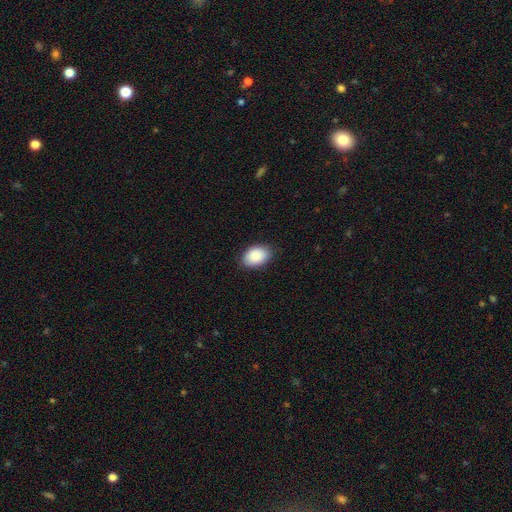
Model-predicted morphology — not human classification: A smooth galaxy with no disk features (90%) that is in between round and cigar-shaped (88%).

Vote fractions:
- Smooth or featured? smooth: 90% / star or artifact: 6% / featured or disk: 4%
- How rounded? in between: 88% / round: 11% / cigar-shaped: 1%
- Merging? none: 85% / minor disturbance: 11% / major disturbance: 2% / merger: 1%